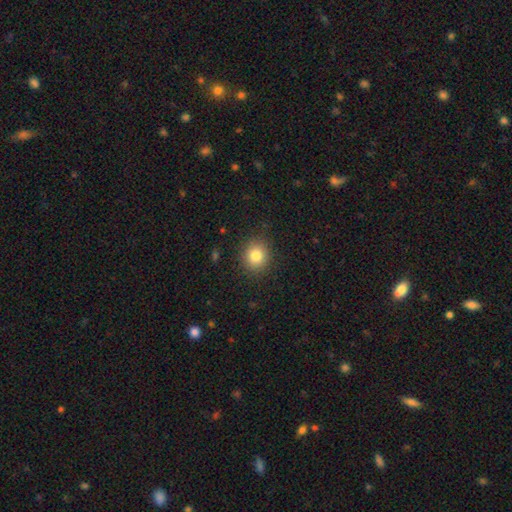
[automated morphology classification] Smooth or featured? smooth (83%)
How rounded? round (83%)
Merging? none (89%)